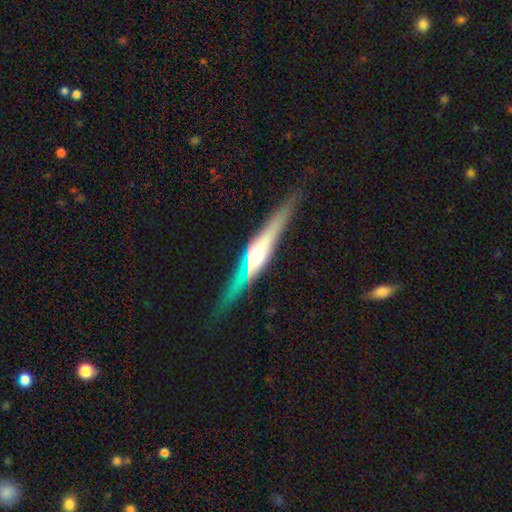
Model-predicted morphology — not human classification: This appears to be a featured or disk galaxy (76%) viewed edge-on (96%) with a rounded central bulge (91%). Merging: none (87%).